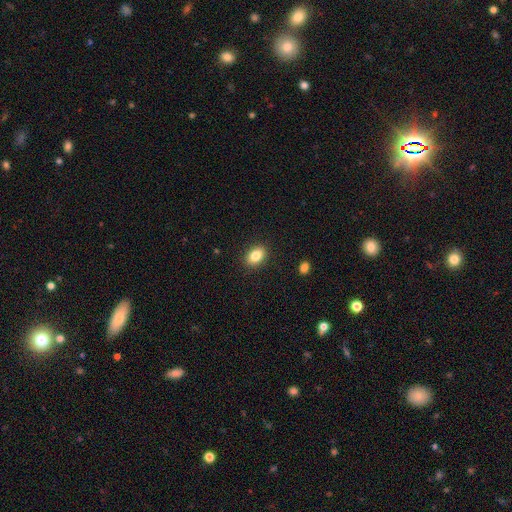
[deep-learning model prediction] smooth_or_featured: smooth (p=0.84) [alt: star or artifact p=0.09]
how_rounded: in between (p=0.81) [alt: round p=0.18]
merging: none (p=0.89) [alt: minor disturbance p=0.08]